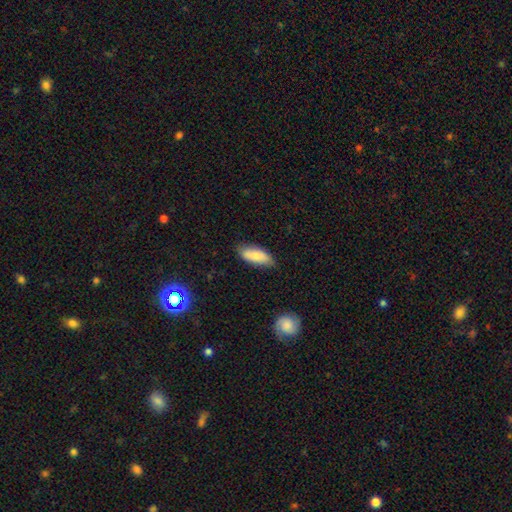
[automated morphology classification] Smooth or featured: smooth — 79% (featured or disk — 14%)
How rounded: in between — 79% (cigar-shaped — 19%)
Merging: none — 76% (minor disturbance — 20%)